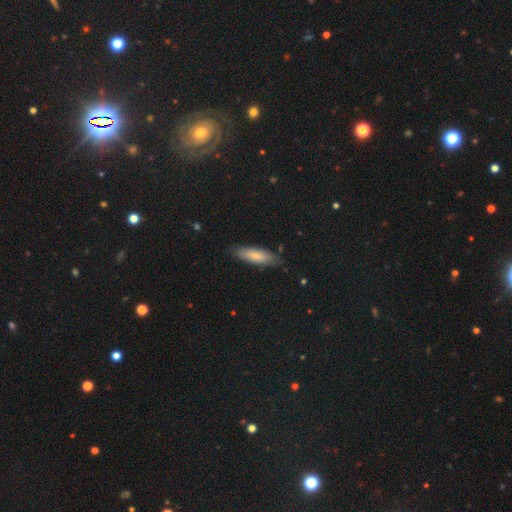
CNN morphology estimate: Smooth or featured?
  - smooth: 76% *
  - featured or disk: 18%
  - star or artifact: 6%
How rounded?
  - in between: 50% *
  - cigar-shaped: 49%
  - round: 2%
Merging?
  - none: 81% *
  - minor disturbance: 15%
  - major disturbance: 3%
  - merger: 2%